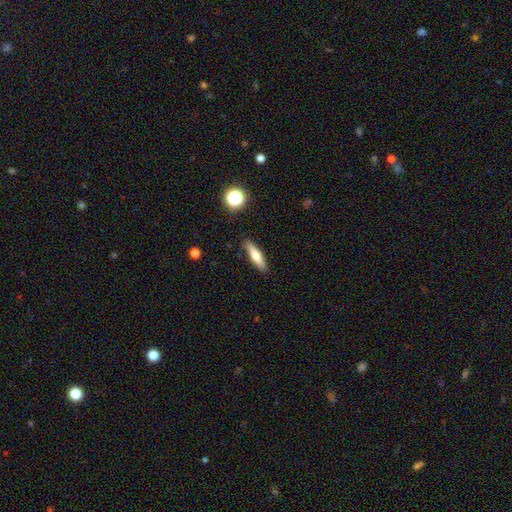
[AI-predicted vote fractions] Smooth or featured: smooth — 62% (featured or disk — 30%)
How rounded: cigar-shaped — 69% (in between — 29%)
Merging: none — 86% (minor disturbance — 10%)